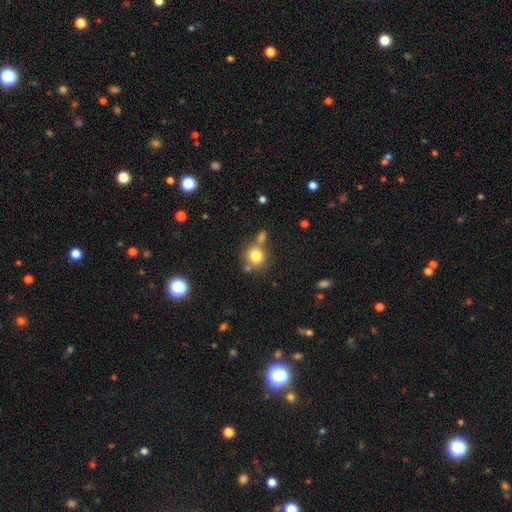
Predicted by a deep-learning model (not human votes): smooth 79%, star or artifact 11%, featured or disk 9%. Down the decision tree: how rounded — round (84%); merging — none (62%).